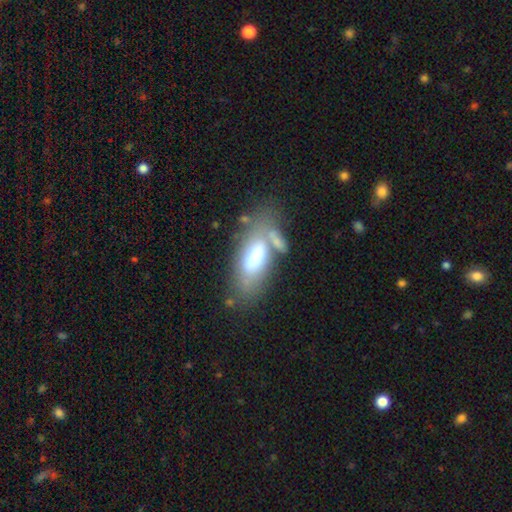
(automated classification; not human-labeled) Smooth or featured? smooth (60%)
How rounded? in between (79%)
Merging? none (50%)